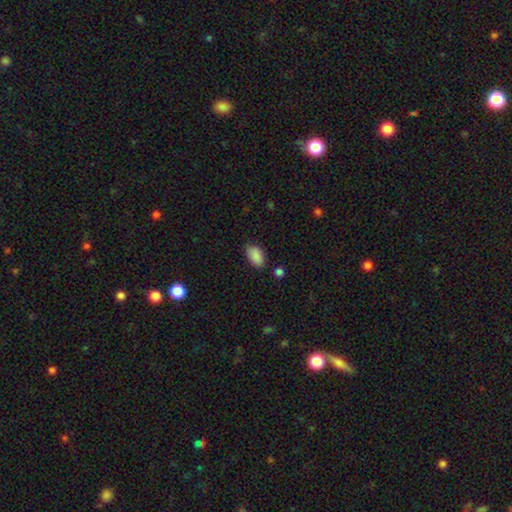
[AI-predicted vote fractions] Morphology: type=smooth (89%); roundness=in between (93%); merging=none (76%).